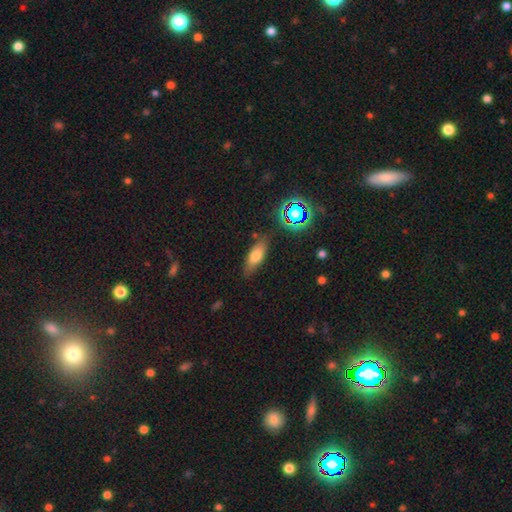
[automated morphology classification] Overall: smooth (67%). How rounded: in between (64%; cigar-shaped 31%). Merging: none (80%).